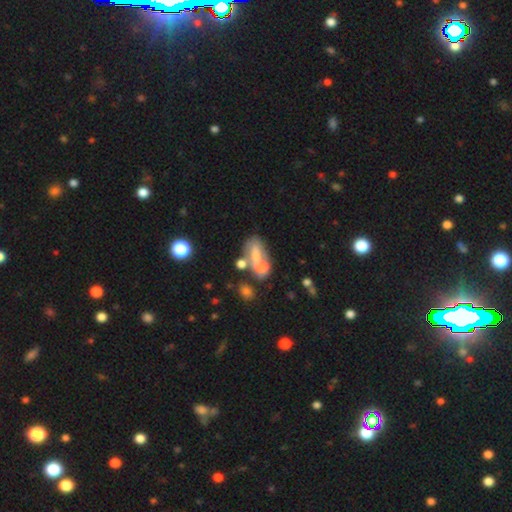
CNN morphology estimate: A smooth galaxy with no disk features (51%) that is in between round and cigar-shaped (76%). Merging: merger (48%).